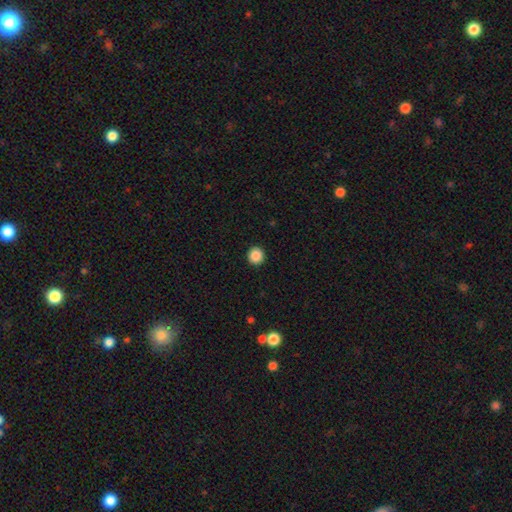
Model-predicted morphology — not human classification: smooth_or_featured: smooth (p=0.88) [alt: star or artifact p=0.09]
how_rounded: round (p=0.95) [alt: in between p=0.04]
merging: none (p=0.93) [alt: minor disturbance p=0.04]